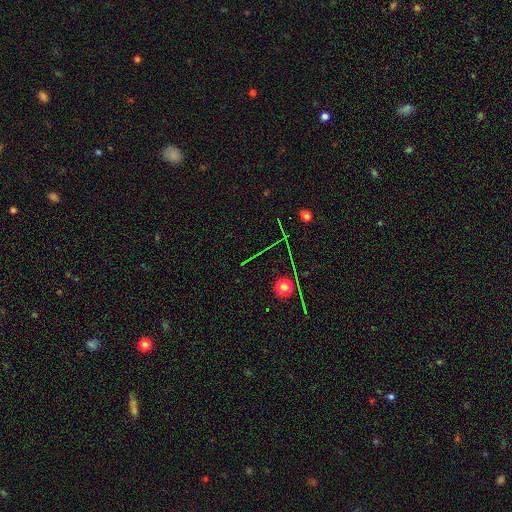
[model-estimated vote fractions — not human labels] Morphology: type=star or artifact (74%).